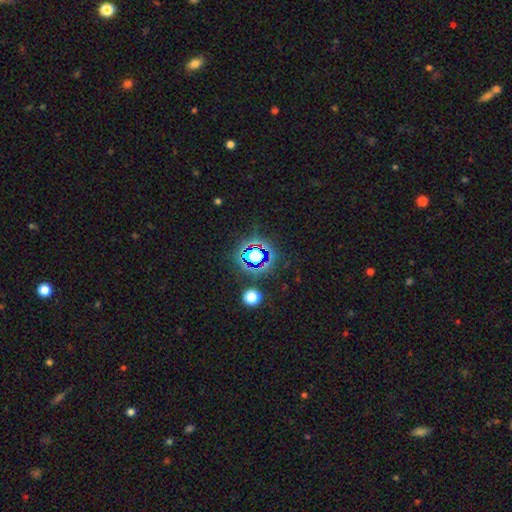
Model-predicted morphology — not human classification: Smooth or featured: star or artifact — 70% (smooth — 20%)